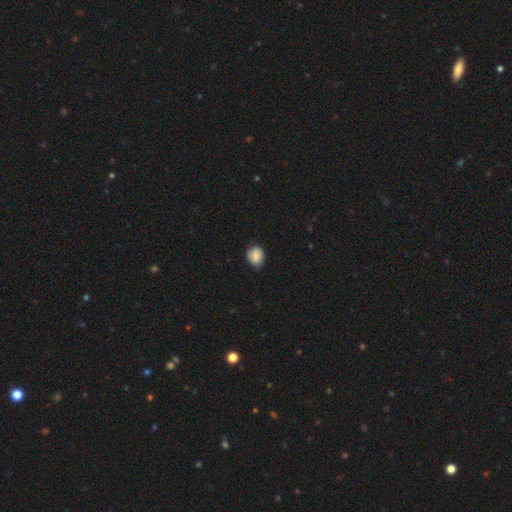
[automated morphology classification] Smooth or featured: smooth — 82% (featured or disk — 10%)
How rounded: round — 58% (in between — 41%)
Merging: none — 79% (minor disturbance — 17%)